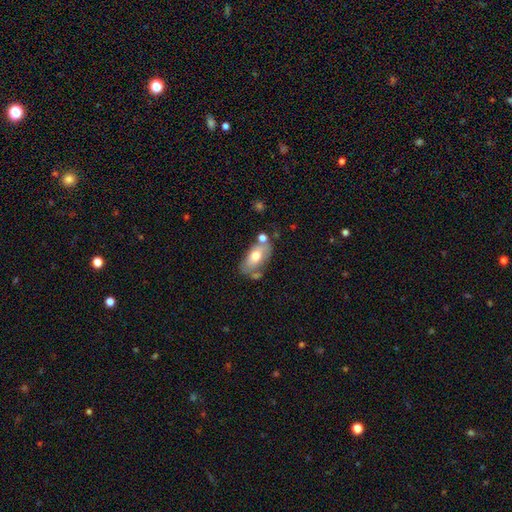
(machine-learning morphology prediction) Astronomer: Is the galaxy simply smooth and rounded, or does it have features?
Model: smooth — 61%.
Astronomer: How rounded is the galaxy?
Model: in between — 90%.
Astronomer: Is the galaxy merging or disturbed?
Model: none — 55%.